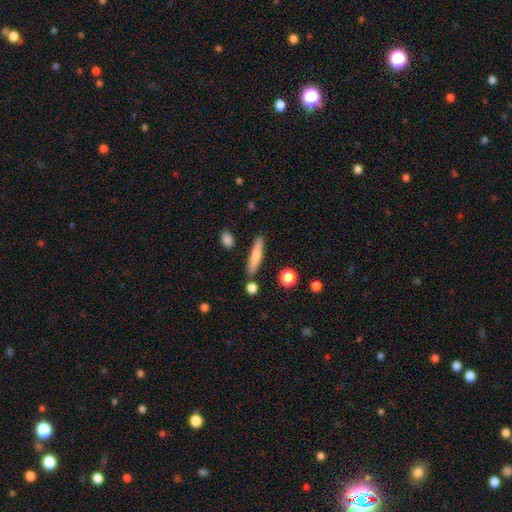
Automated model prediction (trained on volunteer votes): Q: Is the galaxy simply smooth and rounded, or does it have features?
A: smooth — 75%.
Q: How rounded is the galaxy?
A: cigar-shaped — 86%.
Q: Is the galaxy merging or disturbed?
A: none — 85%.